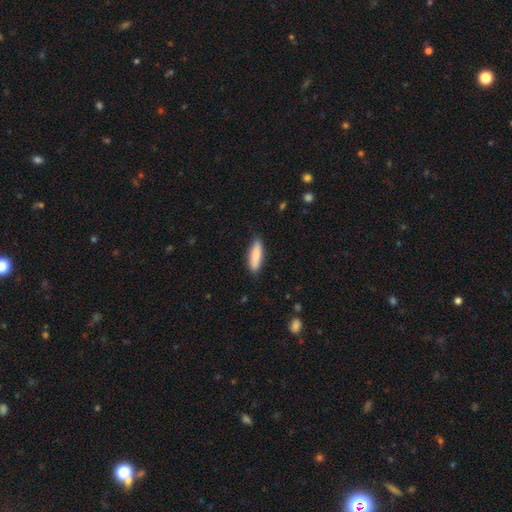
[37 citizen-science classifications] smooth-or-featured: smooth: 86% | featured or disk: 14% | star or artifact: 0%
  how-rounded: cigar-shaped: 69% | in between: 31% | round: 0%
  merging: none: 92% | major disturbance: 5% | minor disturbance: 3% | merger: 0%